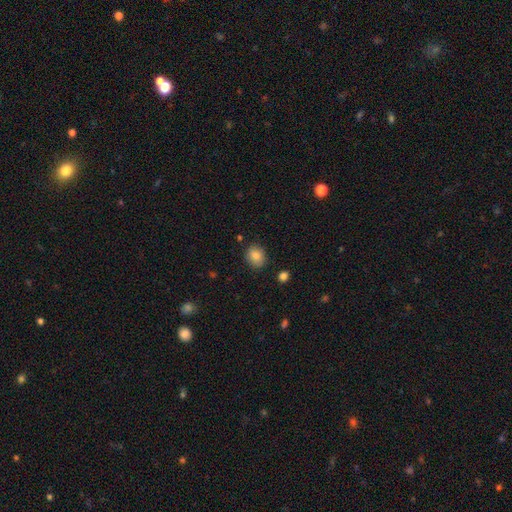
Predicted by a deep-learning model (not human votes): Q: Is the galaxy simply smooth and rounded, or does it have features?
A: smooth — 86%.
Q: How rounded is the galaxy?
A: round — 54%.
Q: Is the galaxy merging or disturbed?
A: none — 84%.